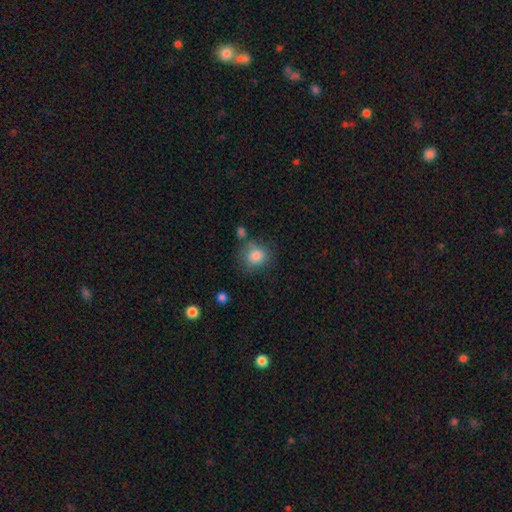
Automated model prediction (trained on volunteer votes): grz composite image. It shows a smooth galaxy with no disk features (84%) that is round (76%). Merging: none (67%).